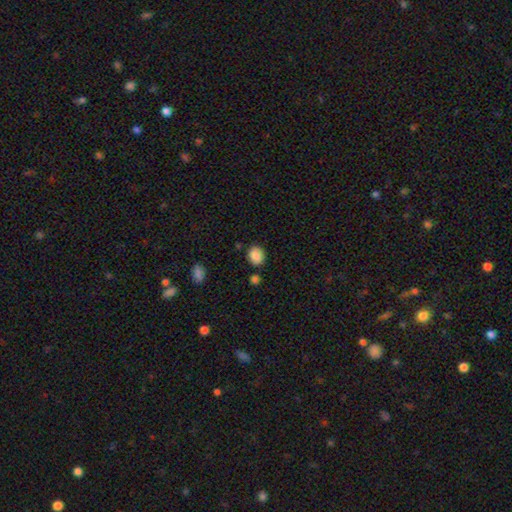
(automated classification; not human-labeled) Morphology: type=smooth (87%); roundness=round (55%); merging=none (80%).